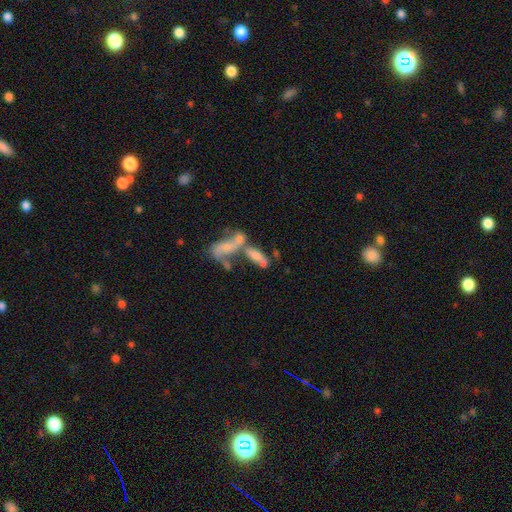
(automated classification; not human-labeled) Morphology: type=featured or disk (52%); edge-on=no (87%); merging=merger (62%).